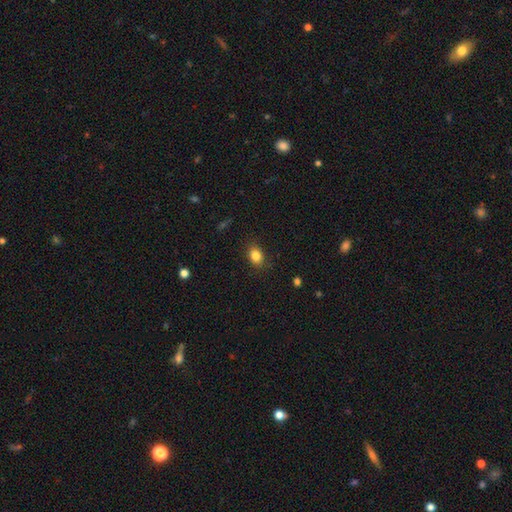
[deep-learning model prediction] smooth 84%, star or artifact 10%, featured or disk 6%. Down the decision tree: how rounded — in between (65%); merging — none (84%).